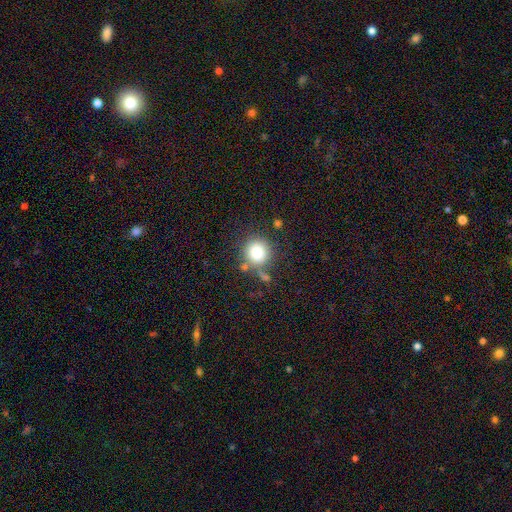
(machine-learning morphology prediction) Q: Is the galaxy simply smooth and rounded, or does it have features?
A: smooth — 84%.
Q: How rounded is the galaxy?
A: round — 90%.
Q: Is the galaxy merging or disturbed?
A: none — 69%.